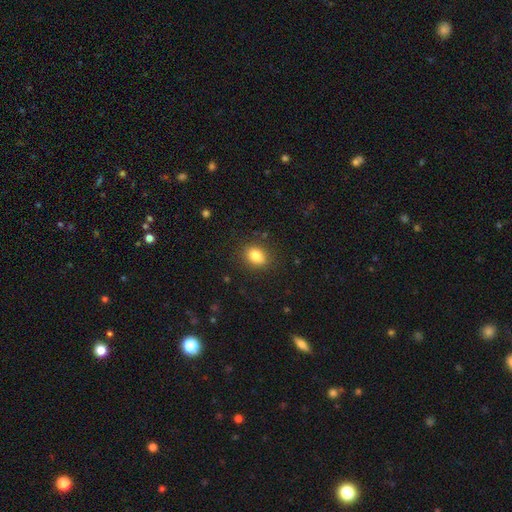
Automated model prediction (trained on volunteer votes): A smooth galaxy with no disk features (82%) that is in between round and cigar-shaped (63%).

Vote fractions:
- Smooth or featured? smooth: 82% / star or artifact: 10% / featured or disk: 8%
- How rounded? in between: 63% / round: 36% / cigar-shaped: 1%
- Merging? none: 84% / minor disturbance: 11% / major disturbance: 3% / merger: 2%